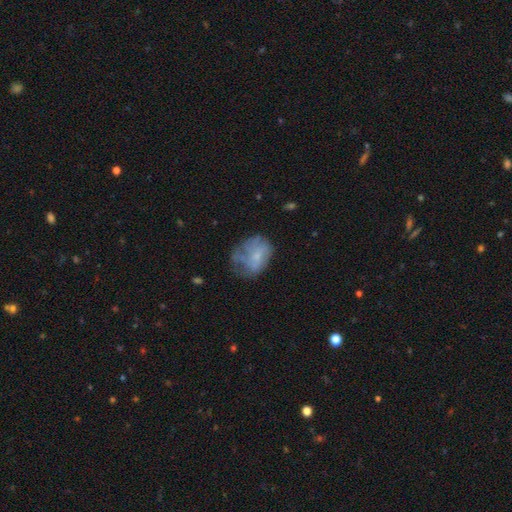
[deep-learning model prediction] Smooth or featured? smooth (49%)
Merging? none (40%)